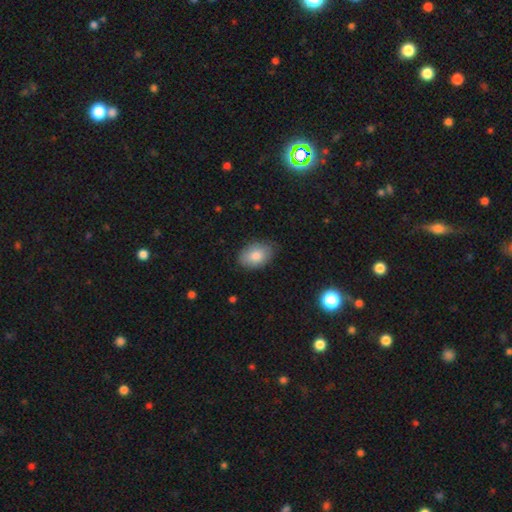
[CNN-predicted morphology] Q: Smooth or featured?
A: smooth (82%); runner-up: featured or disk (11%)
Q: How rounded?
A: in between (87%); runner-up: round (12%)
Q: Merging?
A: none (80%); runner-up: minor disturbance (17%)